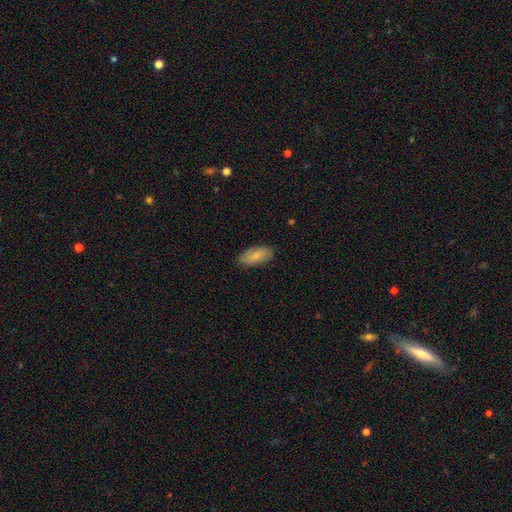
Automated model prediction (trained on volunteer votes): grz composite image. It shows a smooth galaxy with no disk features (77%) that is in between round and cigar-shaped (87%). Merging: none (85%).